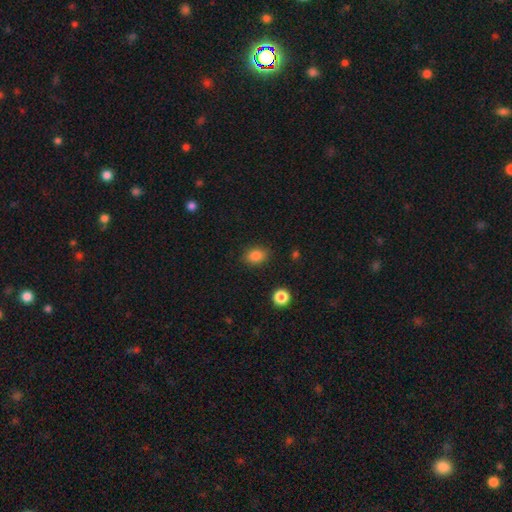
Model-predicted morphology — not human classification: A smooth galaxy with no disk features (86%) that is in between round and cigar-shaped (71%).

Vote fractions:
- Smooth or featured? smooth: 86% / star or artifact: 10% / featured or disk: 4%
- How rounded? in between: 71% / round: 28% / cigar-shaped: 1%
- Merging? none: 85% / minor disturbance: 11% / major disturbance: 3% / merger: 2%